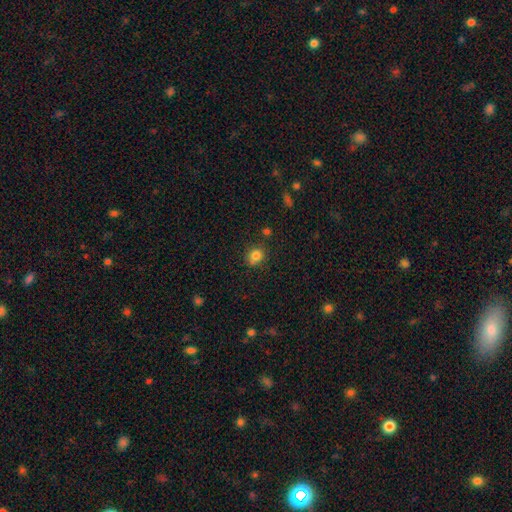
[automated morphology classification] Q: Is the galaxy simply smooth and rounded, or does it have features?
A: smooth — 82%.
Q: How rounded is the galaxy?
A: round — 78%.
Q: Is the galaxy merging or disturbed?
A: none — 78%.